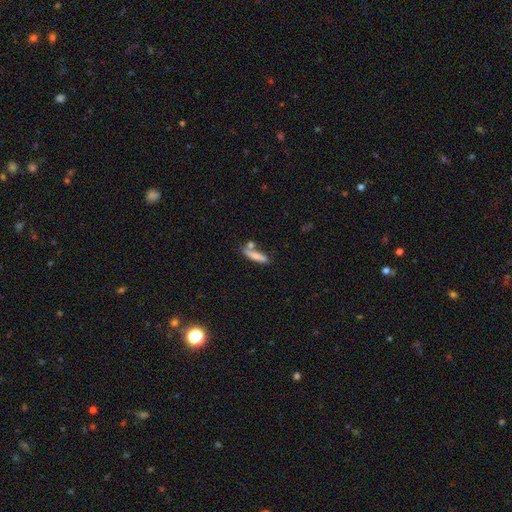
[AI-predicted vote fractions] Morphology: type=smooth (71%); roundness=cigar-shaped (76%); merging=none (61%).